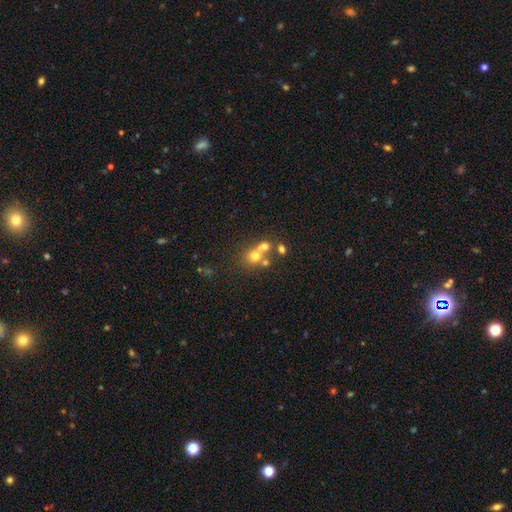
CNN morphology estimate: smooth 63%, featured or disk 20%, star or artifact 18%. Down the decision tree: how rounded — round (80%); merging — merger (51%).